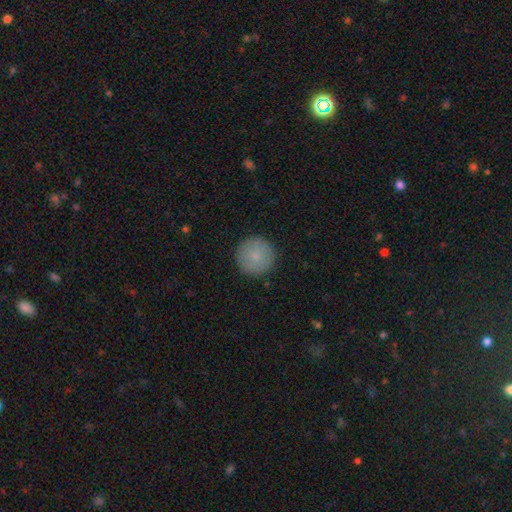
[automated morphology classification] A smooth galaxy with no disk features (83%) that is round (96%). Merging: none (91%).